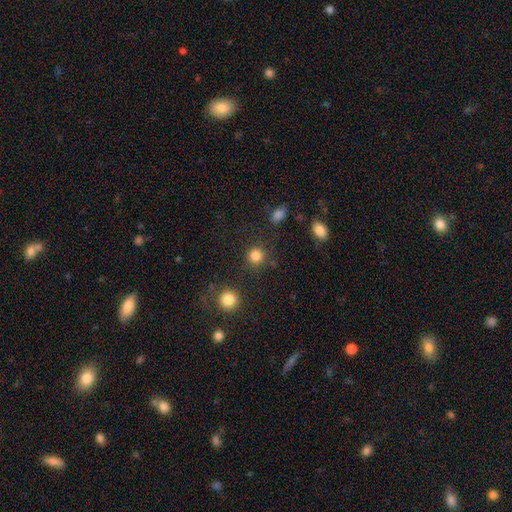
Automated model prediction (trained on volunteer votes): This appears to be a smooth galaxy with no disk features (84%) that is round (91%). Merging: none (84%).